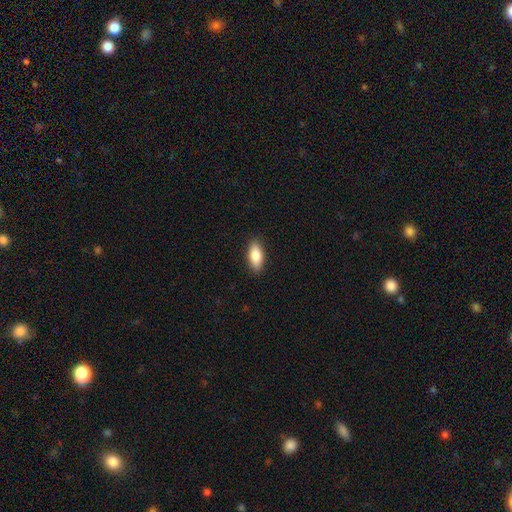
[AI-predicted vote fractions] Smooth or featured? smooth (83%)
How rounded? in between (84%)
Merging? none (89%)